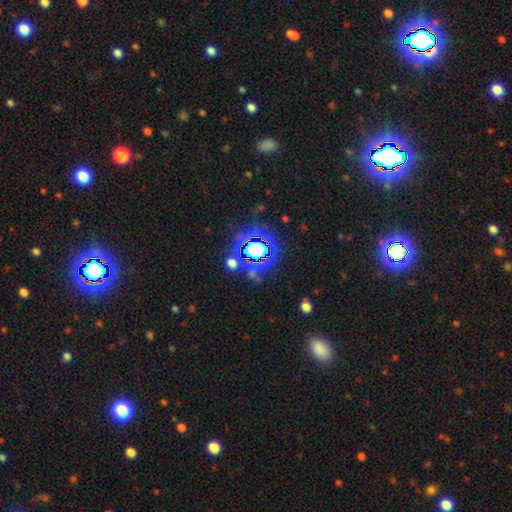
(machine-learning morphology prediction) The model was most divided on "smooth or featured": star or artifact: 77%, smooth: 13%, featured or disk: 10%.